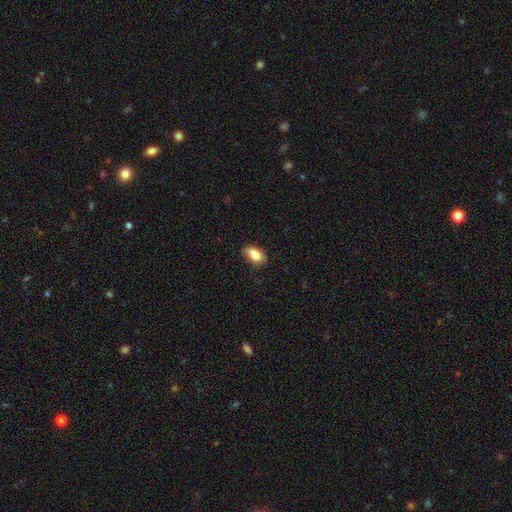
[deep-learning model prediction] Smooth or featured?
  - smooth: 85% *
  - star or artifact: 8%
  - featured or disk: 7%
How rounded?
  - in between: 89% *
  - round: 7%
  - cigar-shaped: 5%
Merging?
  - none: 76% *
  - minor disturbance: 18%
  - major disturbance: 3%
  - merger: 3%